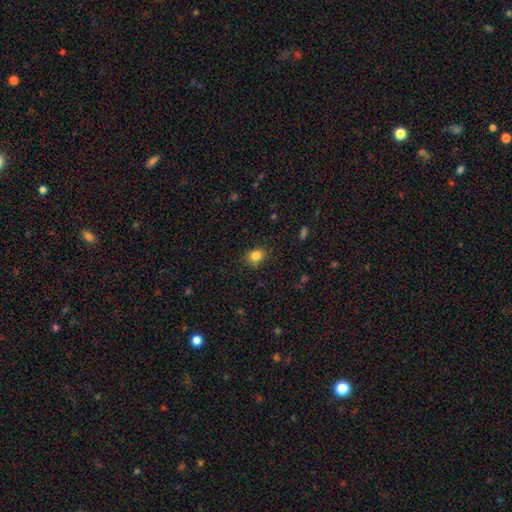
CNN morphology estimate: Smooth or featured? Predicted: smooth (p=0.83). How rounded? Predicted: round (p=0.61). Merging? Predicted: none (p=0.85).